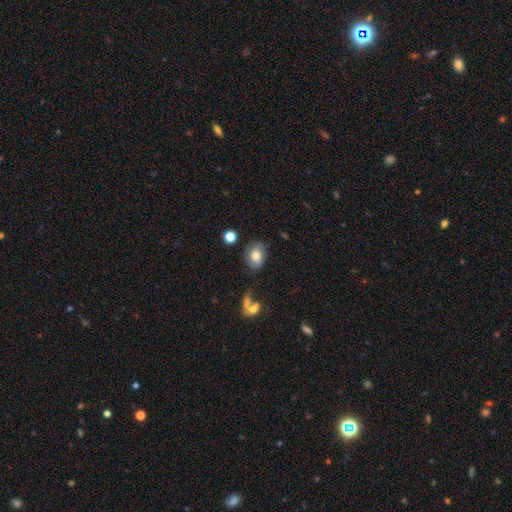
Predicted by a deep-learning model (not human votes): Q: Smooth or featured?
A: smooth (75%); runner-up: featured or disk (16%)
Q: How rounded?
A: in between (64%); runner-up: round (35%)
Q: Merging?
A: none (69%); runner-up: minor disturbance (20%)